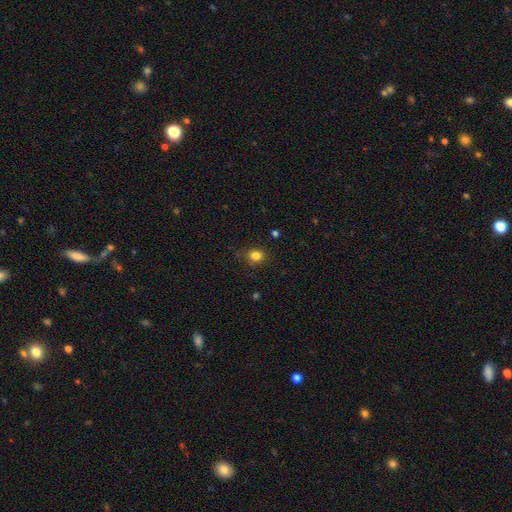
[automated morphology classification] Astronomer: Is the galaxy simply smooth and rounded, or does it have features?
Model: smooth — 82%.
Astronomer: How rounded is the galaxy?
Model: round — 64%.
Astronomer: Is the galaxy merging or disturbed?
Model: none — 81%.